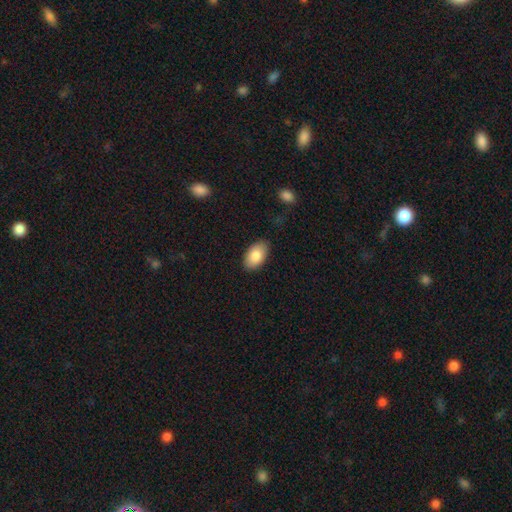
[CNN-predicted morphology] smooth_or_featured: smooth (p=0.84) [alt: featured or disk p=0.10]
how_rounded: in between (p=0.94) [alt: round p=0.05]
merging: none (p=0.86) [alt: minor disturbance p=0.10]